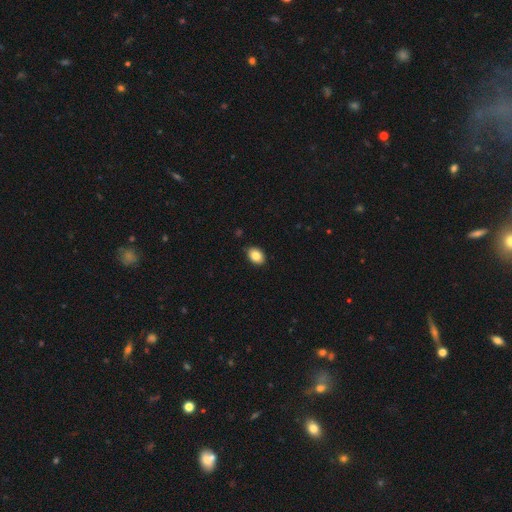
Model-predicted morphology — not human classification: Q: Smooth or featured?
A: smooth (85%); runner-up: star or artifact (8%)
Q: How rounded?
A: in between (78%); runner-up: round (21%)
Q: Merging?
A: none (86%); runner-up: minor disturbance (11%)